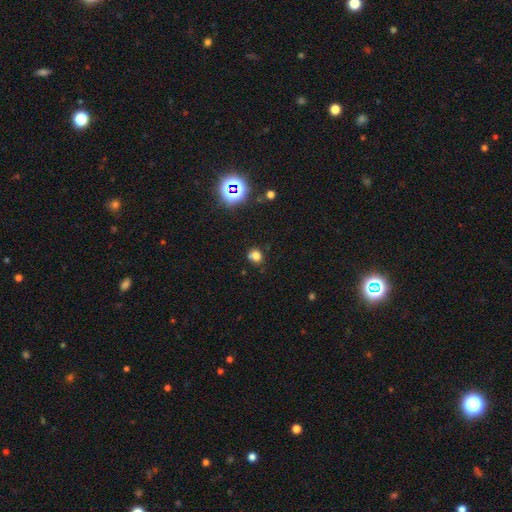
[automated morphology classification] smooth 73%, star or artifact 18%, featured or disk 9%. Down the decision tree: how rounded — round (68%); merging — none (59%).